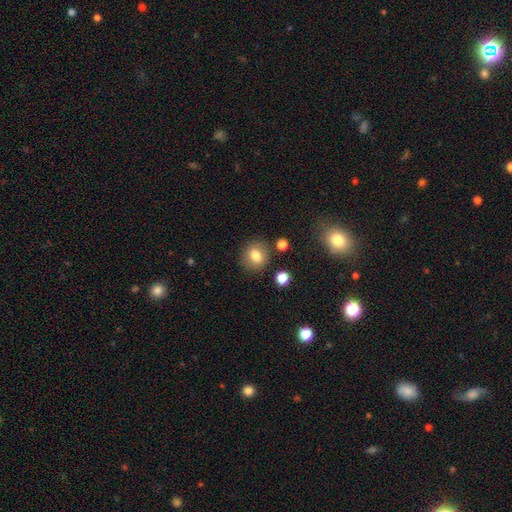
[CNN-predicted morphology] A smooth galaxy with no disk features (77%) that is round (66%). Merging: none (83%).